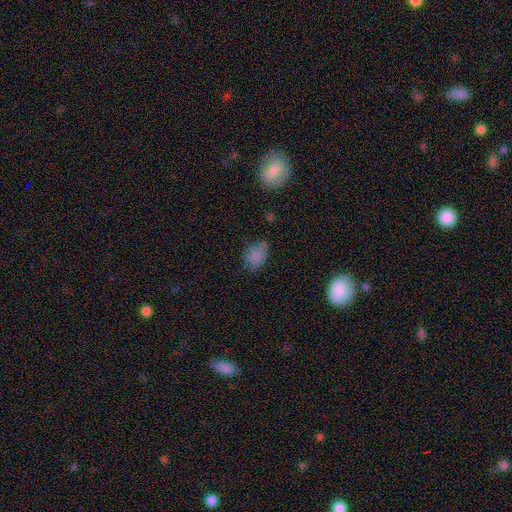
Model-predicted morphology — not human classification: Overall: smooth (77%). How rounded: in between (80%). Merging: none (55%; minor disturbance 31%).